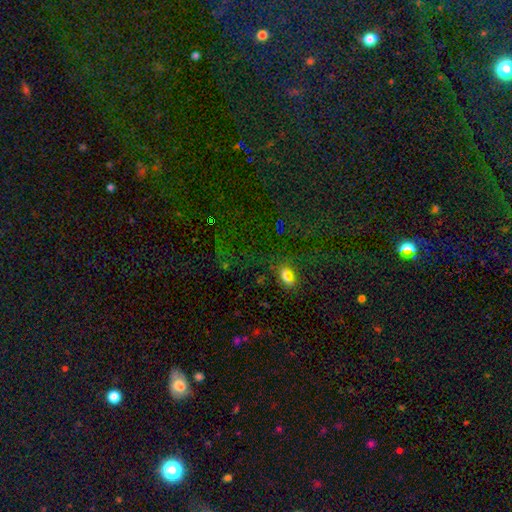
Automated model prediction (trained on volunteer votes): Overall: star or artifact (67%).